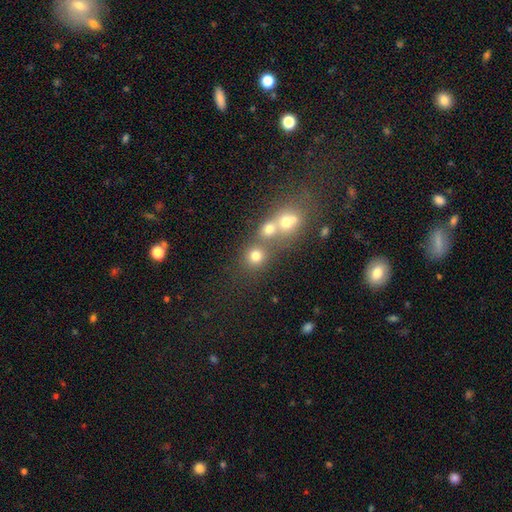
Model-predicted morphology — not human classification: The model was most divided on "merging": none: 56%, merger: 33%, minor disturbance: 7%, major disturbance: 4%. More confident: how rounded — round (86%); smooth or featured — smooth (74%).